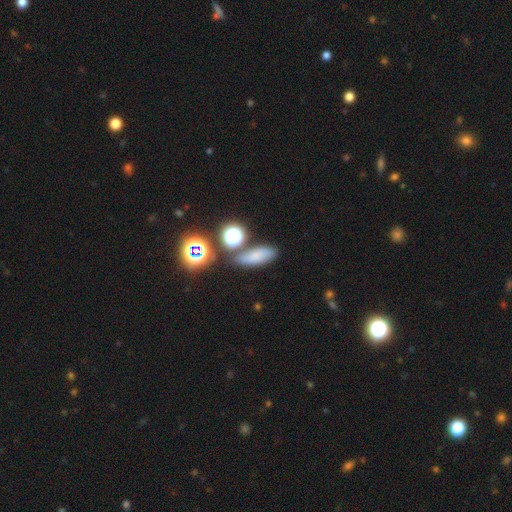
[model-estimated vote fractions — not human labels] Smooth or featured: smooth — 66% (star or artifact — 23%)
How rounded: in between — 56% (cigar-shaped — 24%)
Merging: none — 71% (minor disturbance — 12%)